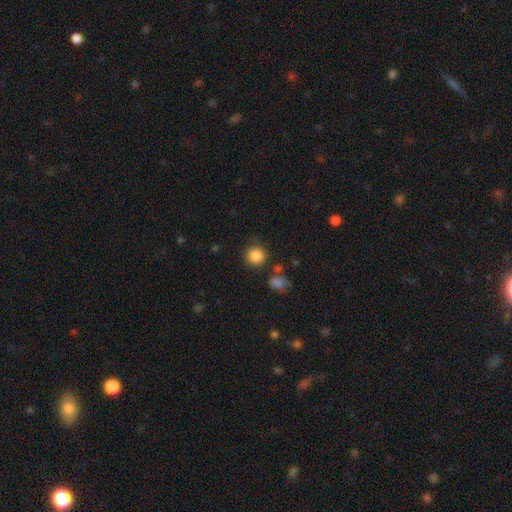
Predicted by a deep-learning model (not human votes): Q: Smooth or featured?
A: smooth (86%); runner-up: star or artifact (10%)
Q: How rounded?
A: round (91%); runner-up: in between (8%)
Q: Merging?
A: none (82%); runner-up: minor disturbance (9%)